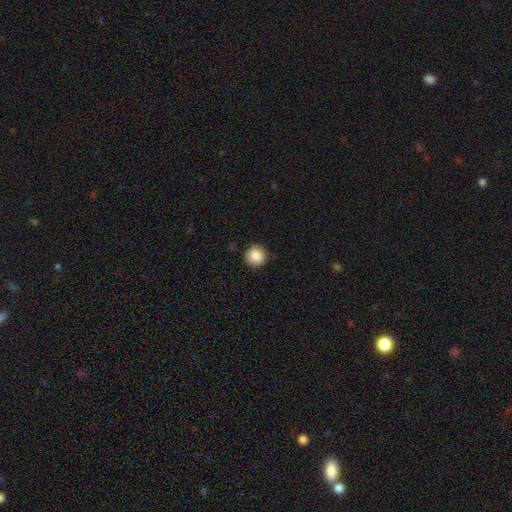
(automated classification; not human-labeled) Smooth or featured: smooth — 86% (star or artifact — 8%)
How rounded: round — 94% (in between — 5%)
Merging: none — 90% (minor disturbance — 8%)